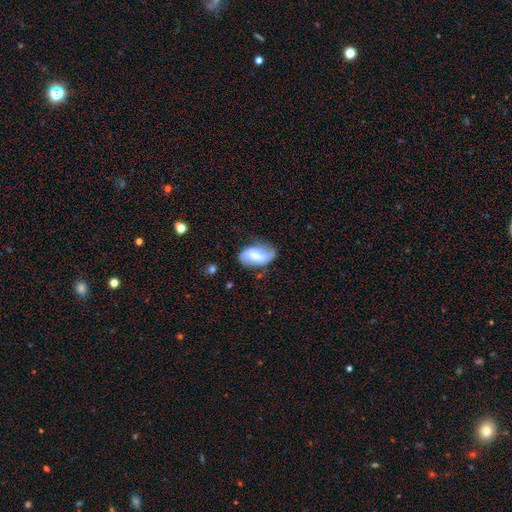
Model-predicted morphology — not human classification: The model was most divided on "bar": strong: 42%, weak: 40%, no: 18%. Remaining: edge-on disk — no (94%); spiral arms — yes (75%); merging — none (68%); smooth or featured — featured or disk (54%); bulge size — moderate (47%).